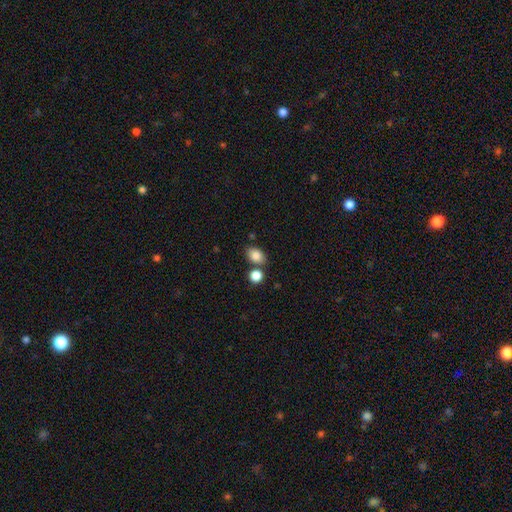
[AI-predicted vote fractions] A smooth galaxy with no disk features (85%) that is in between round and cigar-shaped (75%).

Vote fractions:
- Smooth or featured? smooth: 85% / star or artifact: 9% / featured or disk: 6%
- How rounded? in between: 75% / round: 24% / cigar-shaped: 1%
- Merging? none: 67% / merger: 18% / minor disturbance: 11% / major disturbance: 3%